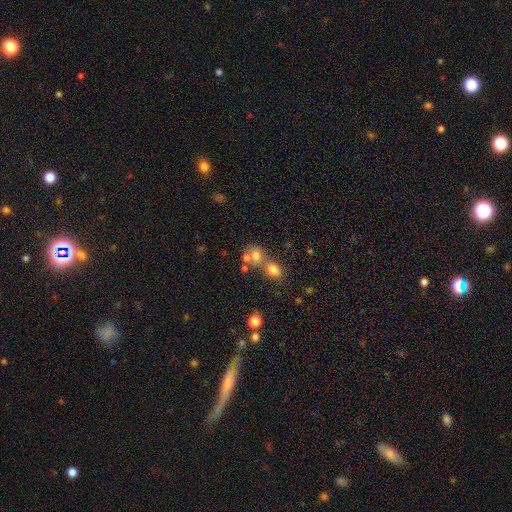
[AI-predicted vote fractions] smooth-or-featured: smooth: 70% | featured or disk: 16% | star or artifact: 14%
  how-rounded: round: 64% | in between: 34% | cigar-shaped: 1%
  merging: merger: 55% | none: 32% | minor disturbance: 8% | major disturbance: 5%